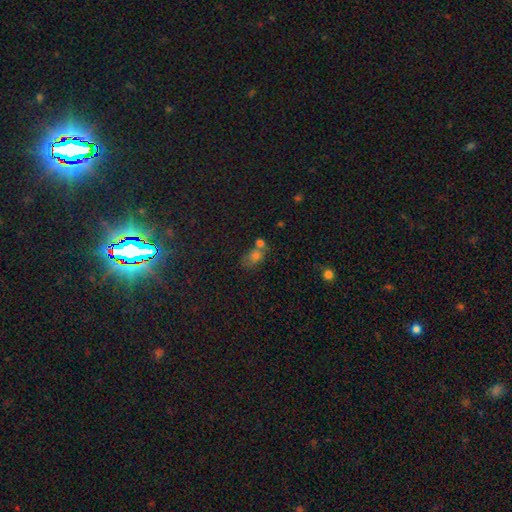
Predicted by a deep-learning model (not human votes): Morphology: type=smooth (62%); roundness=in between (69%); merging=none (39%).